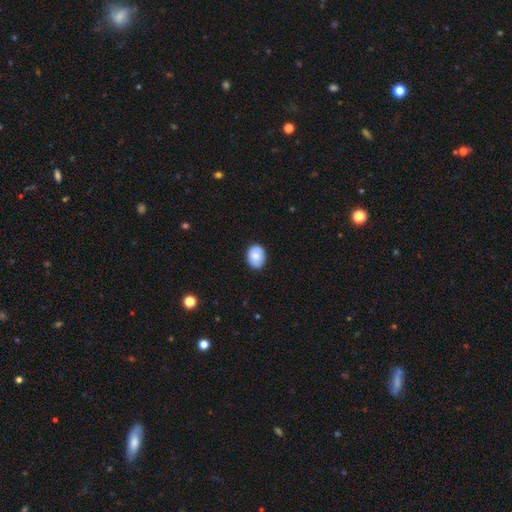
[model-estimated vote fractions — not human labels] smooth-or-featured: smooth: 80% | featured or disk: 13% | star or artifact: 7%
  how-rounded: in between: 59% | round: 40% | cigar-shaped: 1%
  merging: none: 84% | minor disturbance: 12% | major disturbance: 2% | merger: 1%